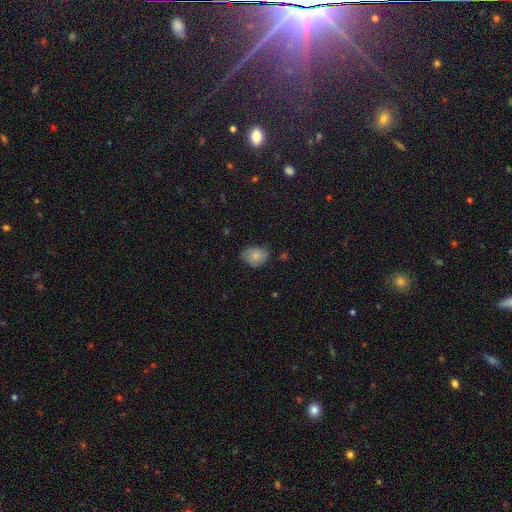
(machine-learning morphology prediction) This is likely a smooth galaxy (78%). How rounded: possibly in between (58%). Merging: likely none (64%).